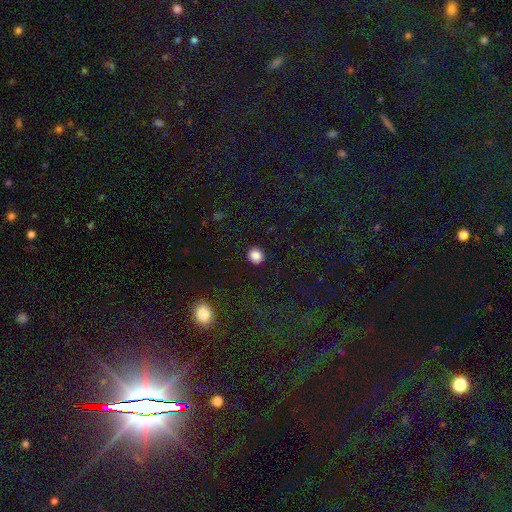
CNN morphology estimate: Smooth or featured: smooth — 87% (star or artifact — 10%)
How rounded: round — 88% (in between — 12%)
Merging: none — 92% (minor disturbance — 5%)